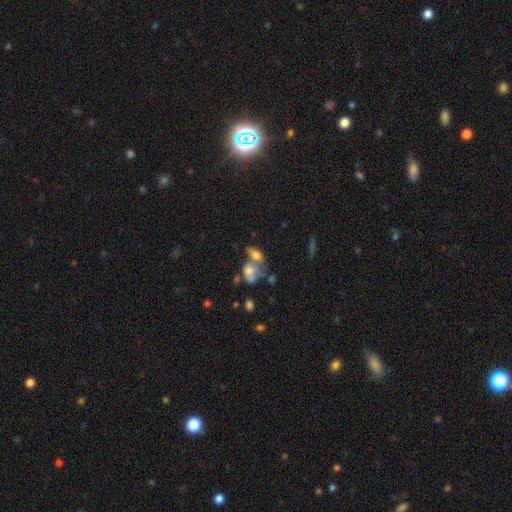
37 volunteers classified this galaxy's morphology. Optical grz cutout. It shows a smooth galaxy with no disk features (76%) that is in between round and cigar-shaped (75%). Merging: merger (54%).